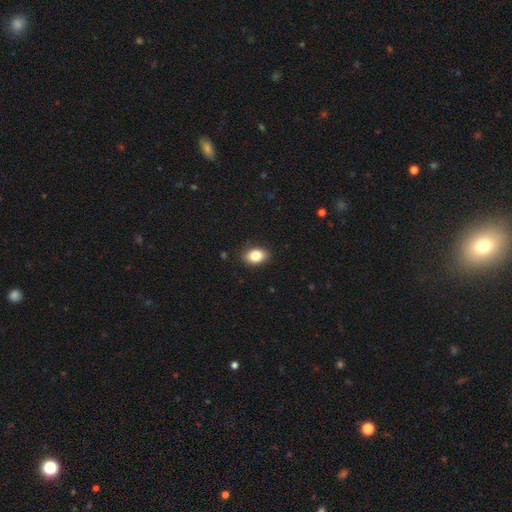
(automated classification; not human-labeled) A smooth galaxy with no disk features (85%) that is in between round and cigar-shaped (82%). Merging: none (87%).